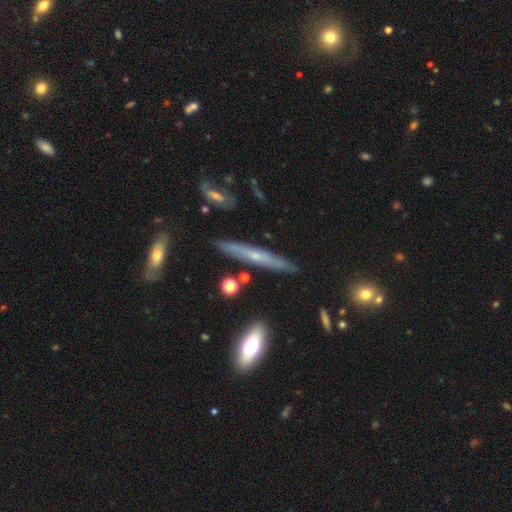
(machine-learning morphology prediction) smooth-or-featured: featured or disk: 59% | smooth: 32% | star or artifact: 9%
  disk-edge-on: yes: 91% | no: 9%
    edge-on-bulge: rounded: 58% | none: 39% | boxy: 3%
  merging: none: 84% | minor disturbance: 12% | merger: 2% | major disturbance: 2%